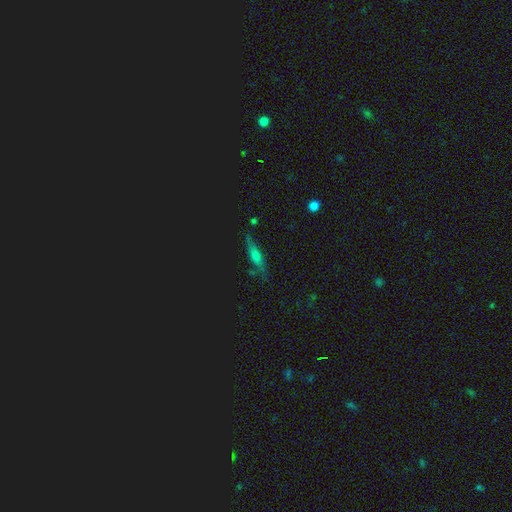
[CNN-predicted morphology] Smooth or featured?
  - smooth: 44% *
  - featured or disk: 33%
  - star or artifact: 23%
Merging?
  - none: 70% *
  - minor disturbance: 19%
  - major disturbance: 7%
  - merger: 4%